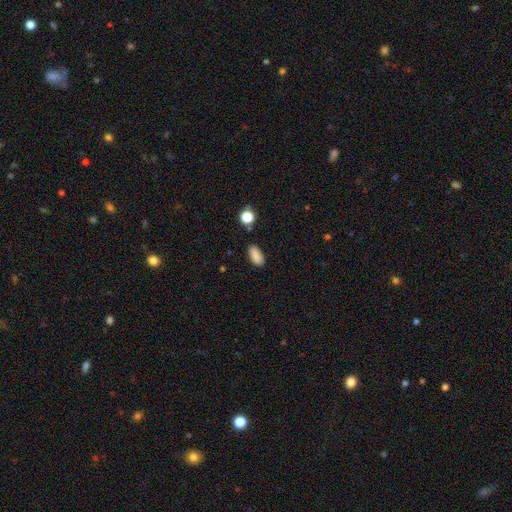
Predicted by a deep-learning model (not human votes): Morphology: type=smooth (87%); roundness=in between (89%); merging=none (83%).